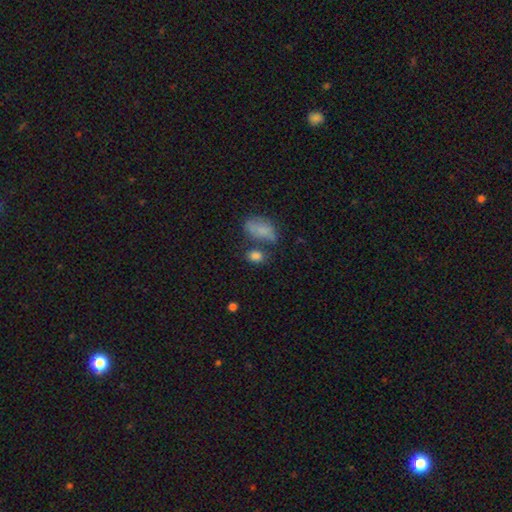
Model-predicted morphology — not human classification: Q: Smooth or featured?
A: smooth (82%); runner-up: star or artifact (11%)
Q: How rounded?
A: in between (72%); runner-up: round (26%)
Q: Merging?
A: none (56%); runner-up: merger (21%)